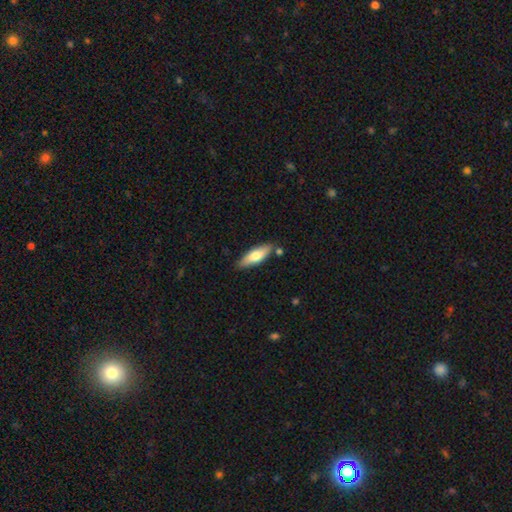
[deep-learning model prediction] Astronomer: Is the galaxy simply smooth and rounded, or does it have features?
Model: smooth — 67%.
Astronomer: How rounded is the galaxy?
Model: in between — 53% (runner-up: cigar-shaped, 45%).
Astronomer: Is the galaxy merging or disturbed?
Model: none — 81%.